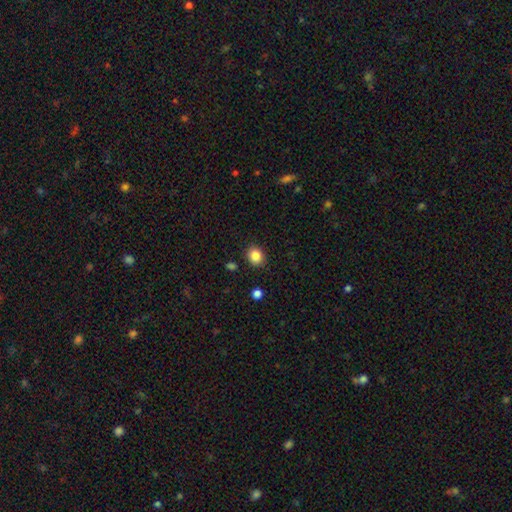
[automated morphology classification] smooth_or_featured: smooth (p=0.85) [alt: star or artifact p=0.10]
how_rounded: round (p=0.65) [alt: in between p=0.34]
merging: none (p=0.88) [alt: minor disturbance p=0.08]